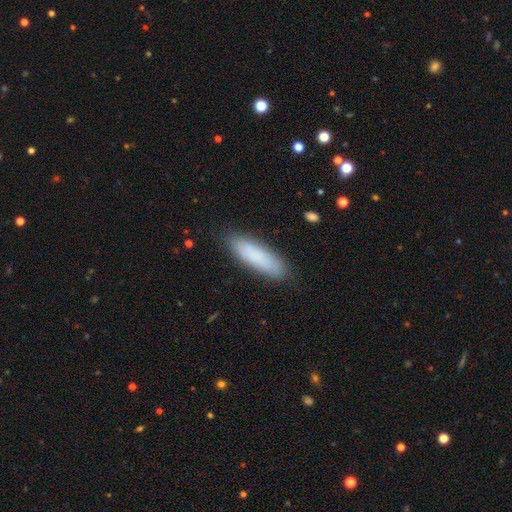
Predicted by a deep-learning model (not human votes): This appears to be a smooth galaxy with no disk features (84%) that is cigar-shaped (56%). Merging: none (86%).